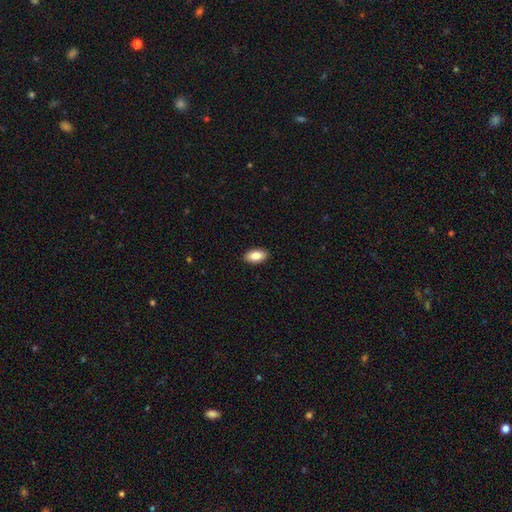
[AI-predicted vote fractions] Q: Smooth or featured?
A: smooth (86%); runner-up: featured or disk (7%)
Q: How rounded?
A: in between (93%); runner-up: cigar-shaped (4%)
Q: Merging?
A: none (91%); runner-up: minor disturbance (7%)